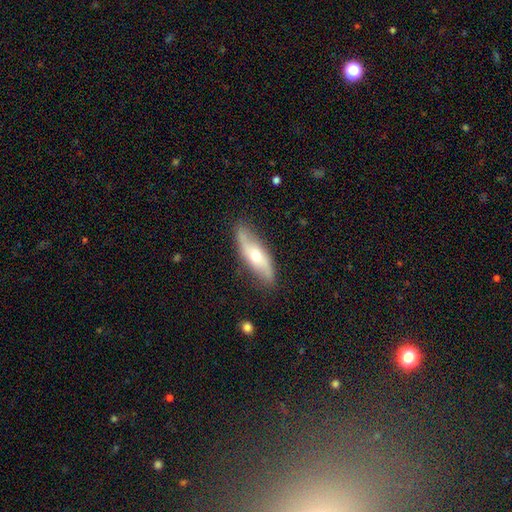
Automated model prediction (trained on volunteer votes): Smooth or featured? featured or disk (57%)
Edge-on disk? no (63%)
Merging? none (79%)